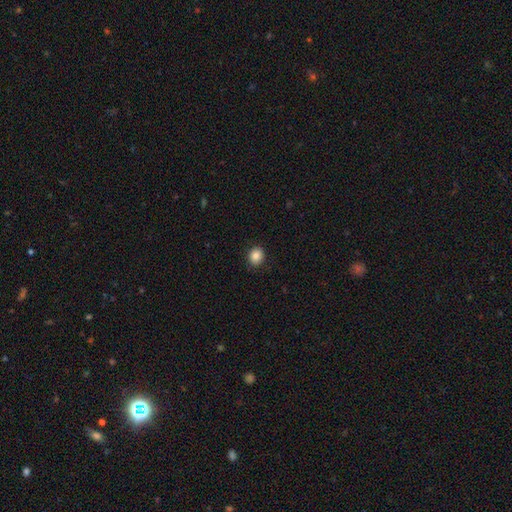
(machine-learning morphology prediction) This appears to be a smooth galaxy with no disk features (85%) that is round (75%). Merging: none (90%).